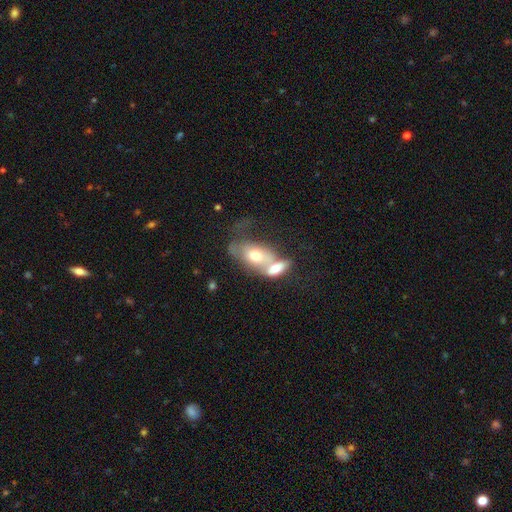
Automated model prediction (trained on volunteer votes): smooth-or-featured: smooth: 60% | featured or disk: 33% | star or artifact: 7%
  how-rounded: in between: 86% | round: 8% | cigar-shaped: 7%
  merging: merger: 66% | none: 16% | major disturbance: 9% | minor disturbance: 9%